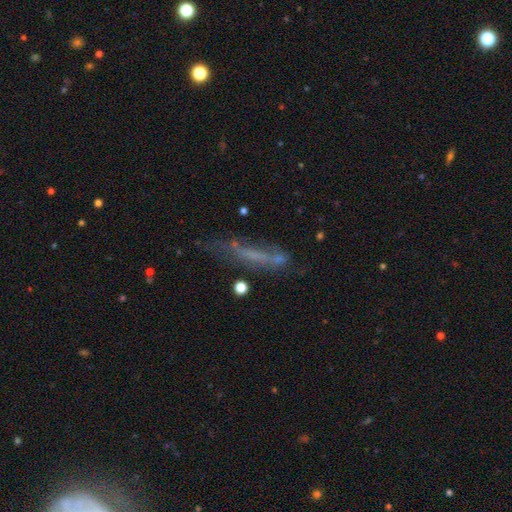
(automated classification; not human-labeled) A featured or disk galaxy (44%).

Vote fractions:
- Smooth or featured? featured or disk: 44% / smooth: 39% / star or artifact: 17%
- Merging? none: 43% / major disturbance: 25% / minor disturbance: 24% / merger: 8%